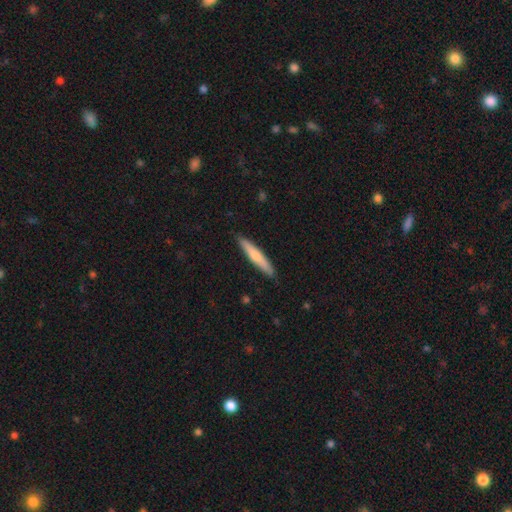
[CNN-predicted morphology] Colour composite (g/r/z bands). It shows a smooth galaxy with no disk features (59%) that is cigar-shaped (92%). Merging: none (89%).